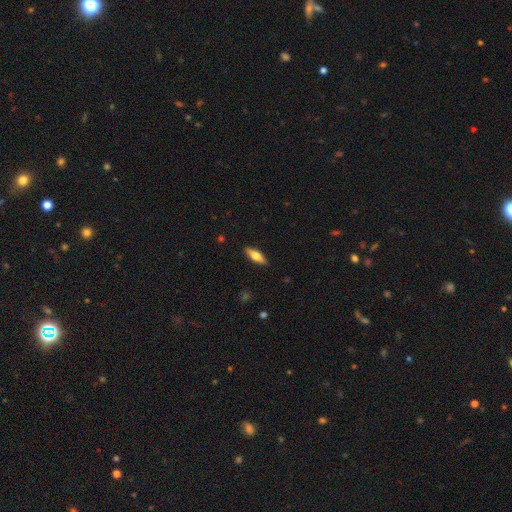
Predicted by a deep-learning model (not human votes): smooth-or-featured: smooth: 52% | featured or disk: 41% | star or artifact: 6%
  how-rounded: in between: 53% | cigar-shaped: 44% | round: 3%
  merging: none: 88% | minor disturbance: 9% | major disturbance: 2% | merger: 1%